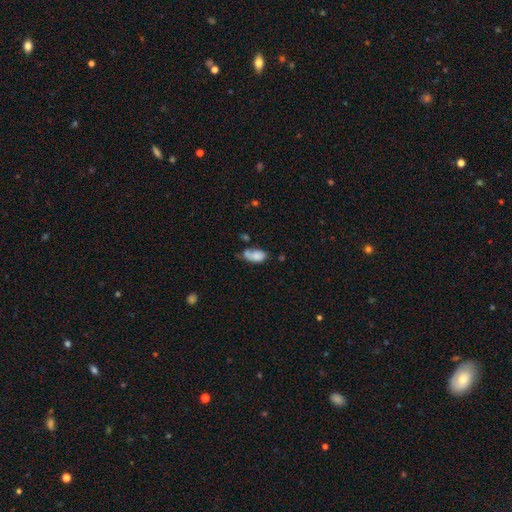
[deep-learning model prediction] Smooth or featured? Predicted: smooth (p=0.77). How rounded? Predicted: in between (p=0.89). Merging? Predicted: none (p=0.35).